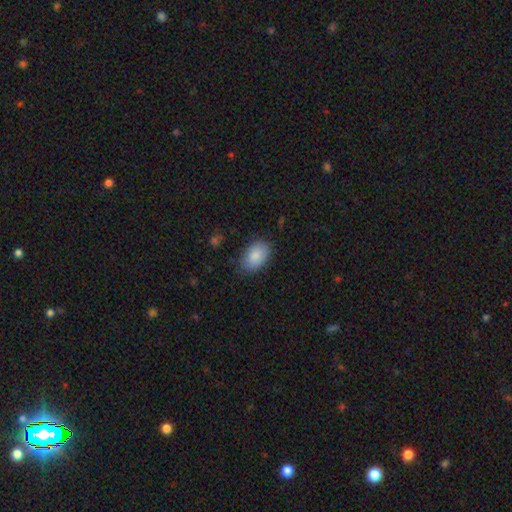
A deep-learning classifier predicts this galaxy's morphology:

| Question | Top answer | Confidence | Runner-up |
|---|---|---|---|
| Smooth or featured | smooth | 86% | featured or disk (7%) |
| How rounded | in between | 90% | round (8%) |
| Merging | none | 78% | minor disturbance (17%) |